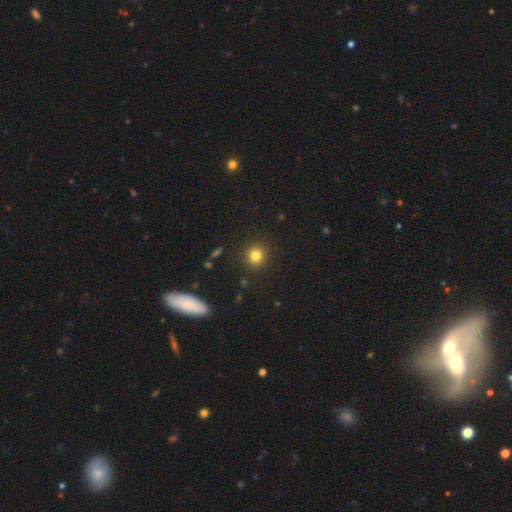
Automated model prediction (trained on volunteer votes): Smooth or featured? smooth (81%)
How rounded? round (89%)
Merging? none (90%)